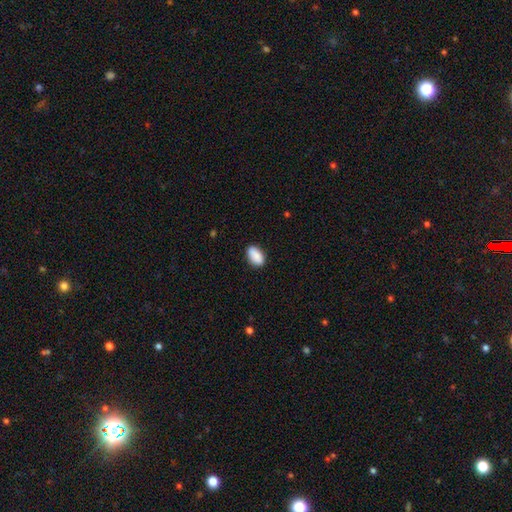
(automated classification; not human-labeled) smooth-or-featured: smooth: 90% | star or artifact: 7% | featured or disk: 4%
  how-rounded: in between: 93% | round: 4% | cigar-shaped: 3%
  merging: none: 86% | minor disturbance: 11% | major disturbance: 2% | merger: 1%